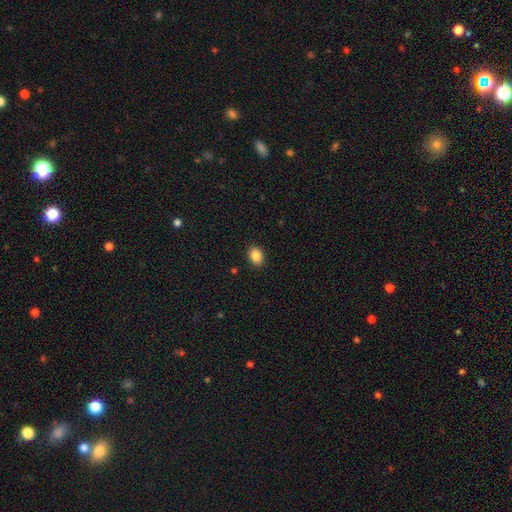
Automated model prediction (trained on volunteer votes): smooth 88%, star or artifact 9%, featured or disk 3%. Down the decision tree: how rounded — in between (66%); merging — none (90%).